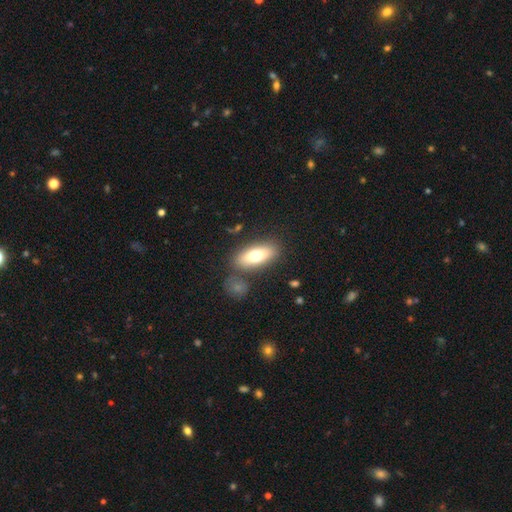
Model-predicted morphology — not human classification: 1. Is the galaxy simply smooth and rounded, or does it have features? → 70% smooth, 23% featured or disk, 7% star or artifact.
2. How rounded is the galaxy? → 78% in between, 18% cigar-shaped, 4% round.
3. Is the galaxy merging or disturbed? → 78% none, 11% minor disturbance, 7% merger, 4% major disturbance.